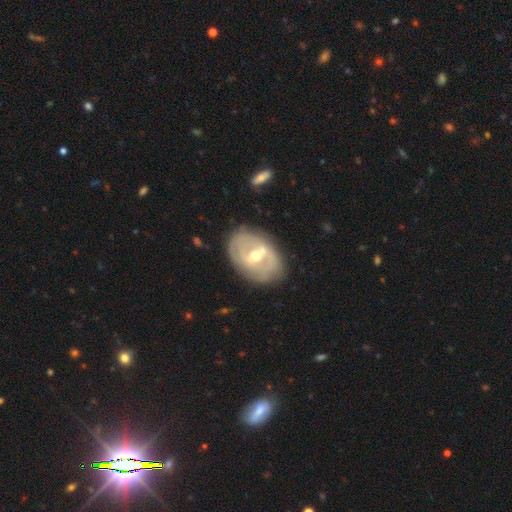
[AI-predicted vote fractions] A featured or disk galaxy (78%) with a weak bar (44%), 2 (57%) tight (50%) spiral arms (70%) and a moderate central bulge (66%). Merging: none (75%).